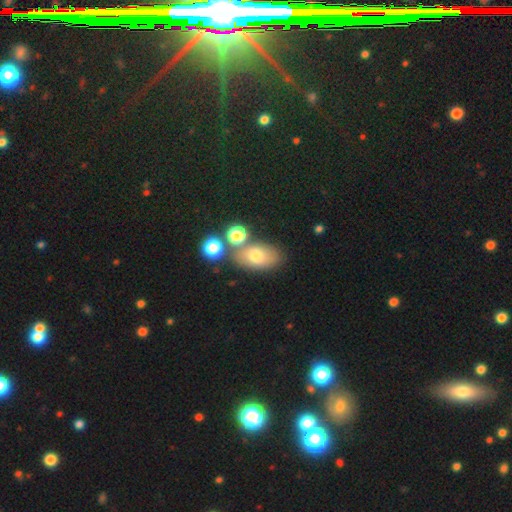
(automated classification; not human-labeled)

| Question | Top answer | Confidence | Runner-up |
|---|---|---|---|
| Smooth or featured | smooth | 71% | featured or disk (18%) |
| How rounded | in between | 85% | round (12%) |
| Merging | none | 60% | merger (21%) |